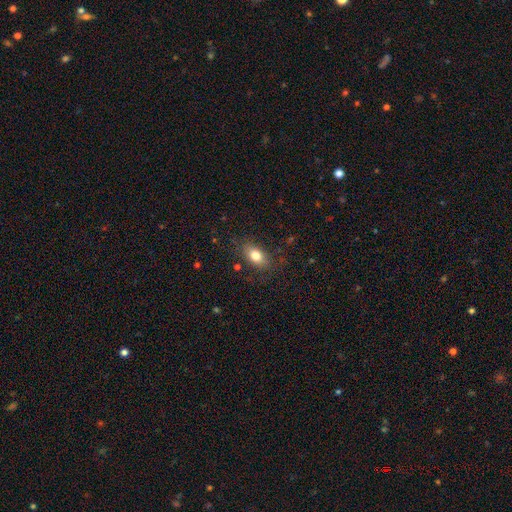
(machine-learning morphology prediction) Smooth or featured: smooth — 79% (featured or disk — 12%)
How rounded: in between — 88% (round — 9%)
Merging: none — 81% (minor disturbance — 13%)